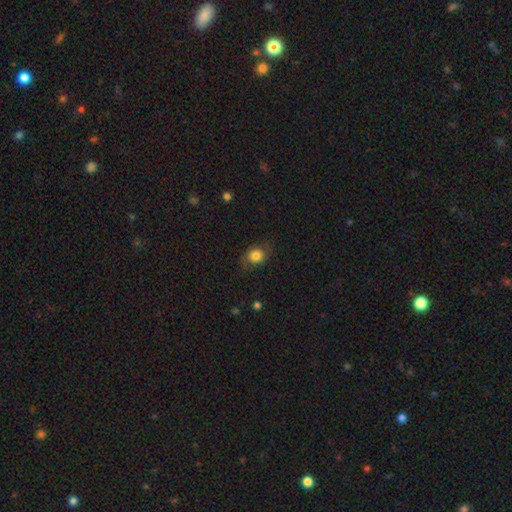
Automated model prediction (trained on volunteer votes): Smooth or featured?
  - smooth: 79% *
  - featured or disk: 12%
  - star or artifact: 9%
How rounded?
  - round: 52% *
  - in between: 47%
  - cigar-shaped: 2%
Merging?
  - none: 76% *
  - minor disturbance: 17%
  - major disturbance: 6%
  - merger: 1%